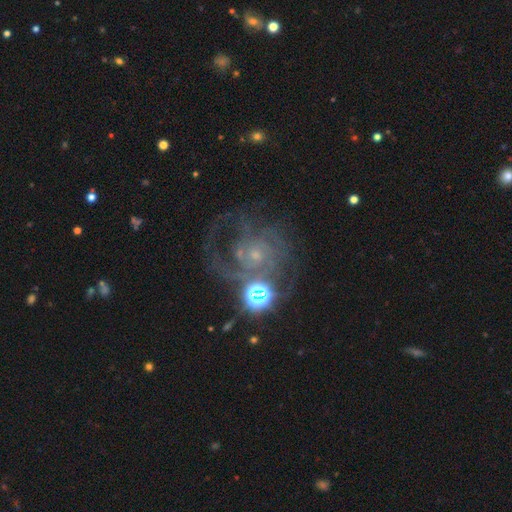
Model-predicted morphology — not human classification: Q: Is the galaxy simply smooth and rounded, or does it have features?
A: featured or disk — 71%.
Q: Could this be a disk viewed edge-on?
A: no — 97%.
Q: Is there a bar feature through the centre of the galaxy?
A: no — 74%.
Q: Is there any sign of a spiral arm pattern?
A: yes — 88%.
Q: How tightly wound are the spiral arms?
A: tight — 45%.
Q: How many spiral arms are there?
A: can't tell — 37%.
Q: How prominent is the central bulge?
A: small — 59%.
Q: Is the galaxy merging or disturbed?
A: none — 46%.